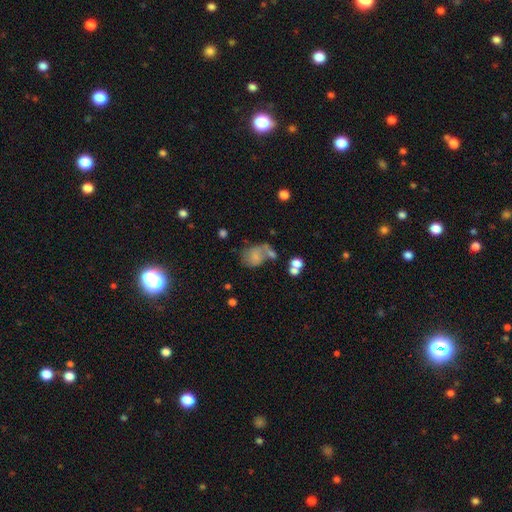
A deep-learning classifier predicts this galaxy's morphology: Q: Smooth or featured?
A: smooth (61%); runner-up: featured or disk (27%)
Q: How rounded?
A: in between (59%); runner-up: round (39%)
Q: Merging?
A: none (30%); runner-up: merger (29%)